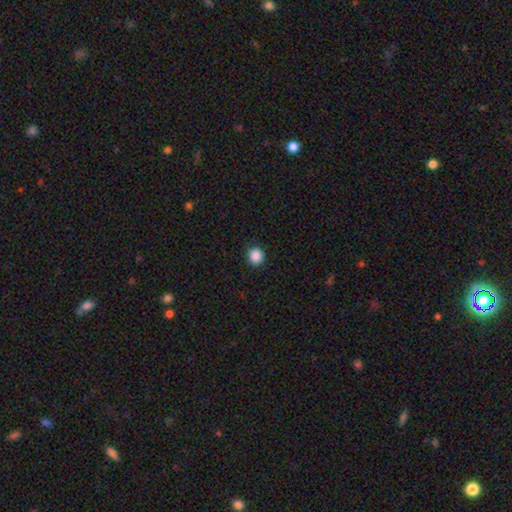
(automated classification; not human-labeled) This appears to be a smooth galaxy with no disk features (88%) that is round (90%). Merging: none (91%).